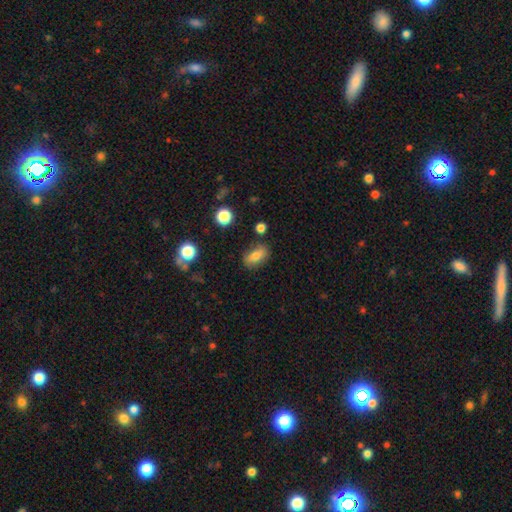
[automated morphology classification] type=smooth (74%); roundness=in between (82%); merging=none (77%).